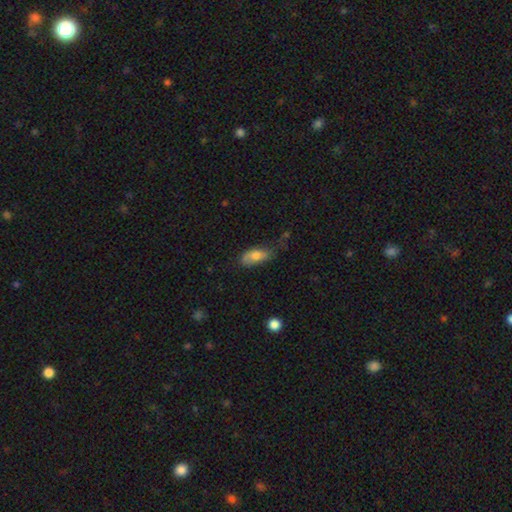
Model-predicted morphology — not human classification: Q: Smooth or featured?
A: smooth (74%); runner-up: featured or disk (19%)
Q: How rounded?
A: in between (84%); runner-up: cigar-shaped (12%)
Q: Merging?
A: none (54%); runner-up: minor disturbance (34%)